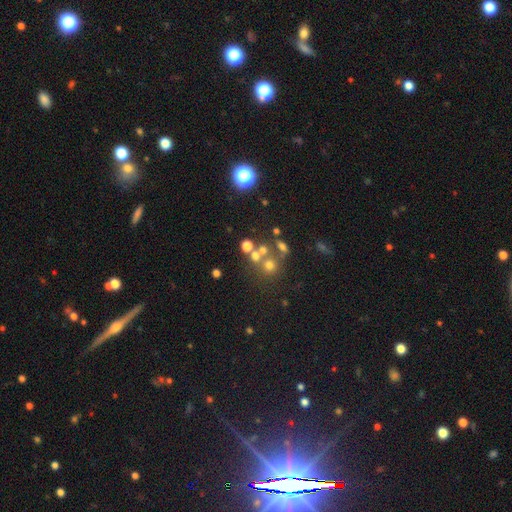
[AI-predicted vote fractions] This appears to be a smooth galaxy with no disk features (53%) that is round (84%). Merging: none (51%).